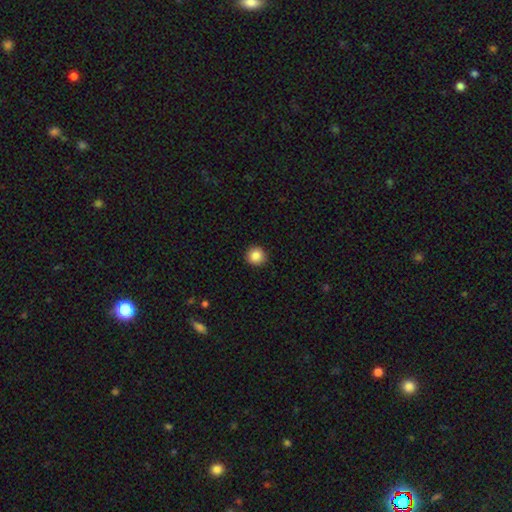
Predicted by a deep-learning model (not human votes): Q: Smooth or featured?
A: smooth (86%); runner-up: star or artifact (9%)
Q: How rounded?
A: round (94%); runner-up: in between (5%)
Q: Merging?
A: none (91%); runner-up: minor disturbance (6%)